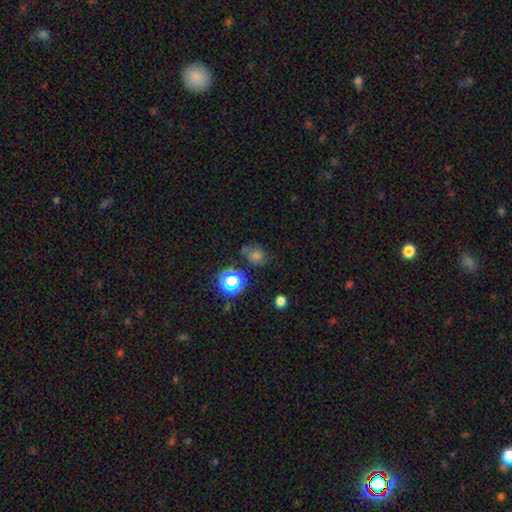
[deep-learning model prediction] smooth-or-featured: smooth: 49% | star or artifact: 37% | featured or disk: 14%
  merging: none: 66% | minor disturbance: 18% | major disturbance: 8% | merger: 8%